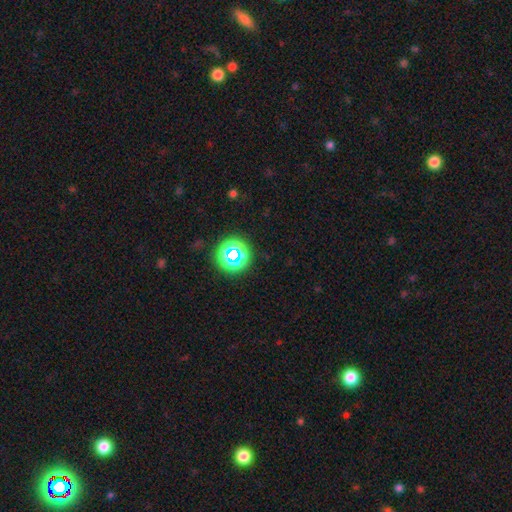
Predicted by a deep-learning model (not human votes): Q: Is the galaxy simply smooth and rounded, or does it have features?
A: star or artifact — 56%.